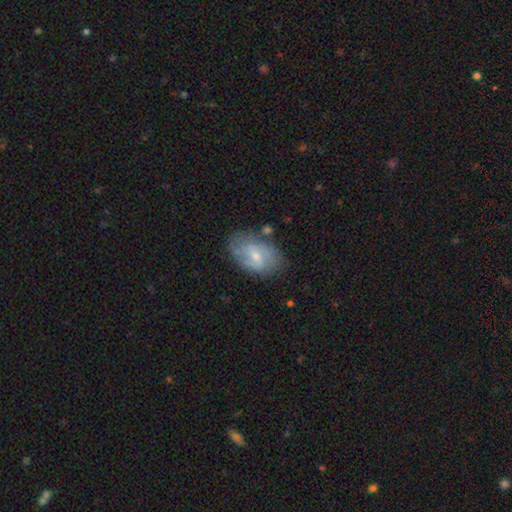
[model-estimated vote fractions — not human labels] Smooth or featured: featured or disk — 60% (smooth — 33%)
Edge-on disk: no — 96% (yes — 4%)
Bar: weak — 53% (no — 37%)
Spiral arms: yes — 79% (no — 21%)
Bulge size: small — 60% (moderate — 35%)
Merging: none — 69% (minor disturbance — 21%)